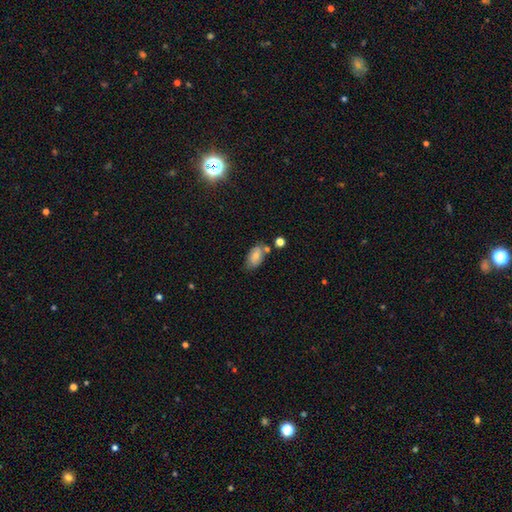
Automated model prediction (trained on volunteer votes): Smooth or featured? smooth (73%)
How rounded? in between (92%)
Merging? none (61%)